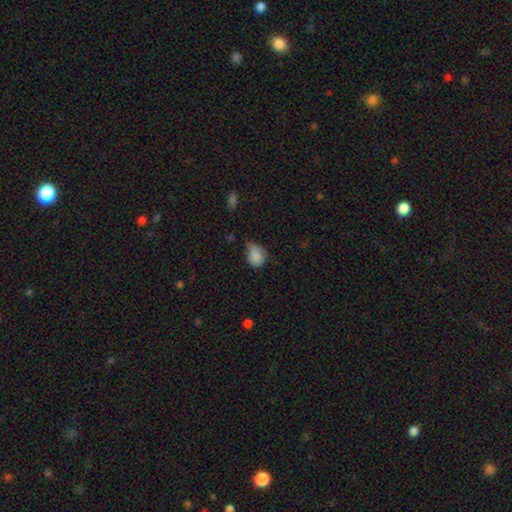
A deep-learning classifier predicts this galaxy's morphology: This is clearly a smooth galaxy (83%). How rounded: possibly in between (50%). Merging: possibly minor disturbance (48%).